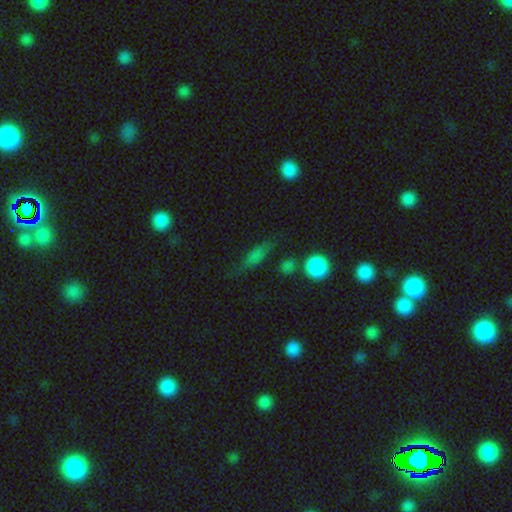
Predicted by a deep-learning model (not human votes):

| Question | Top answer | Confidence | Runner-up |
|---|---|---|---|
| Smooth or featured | smooth | 64% | featured or disk (21%) |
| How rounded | cigar-shaped | 46% | in between (41%) |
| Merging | none | 68% | minor disturbance (19%) |